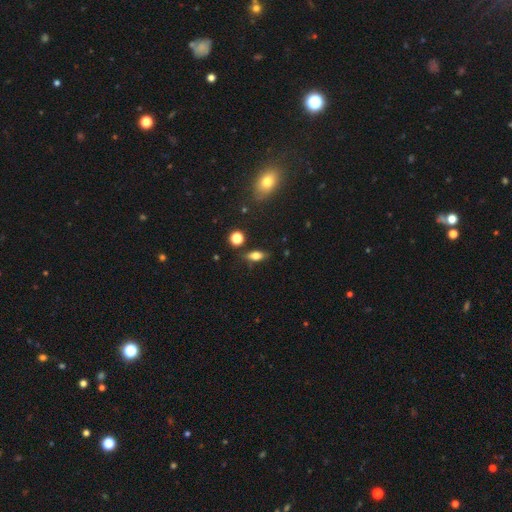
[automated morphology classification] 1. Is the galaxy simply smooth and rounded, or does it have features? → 69% smooth, 20% featured or disk, 11% star or artifact.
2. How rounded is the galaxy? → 76% in between, 16% cigar-shaped, 8% round.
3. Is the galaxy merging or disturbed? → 78% none, 15% minor disturbance, 4% major disturbance, 4% merger.